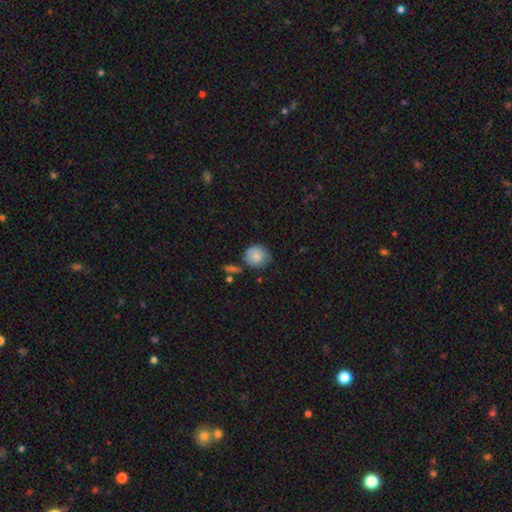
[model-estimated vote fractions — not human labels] smooth 82%, featured or disk 10%, star or artifact 8%. Down the decision tree: how rounded — round (86%); merging — none (67%).